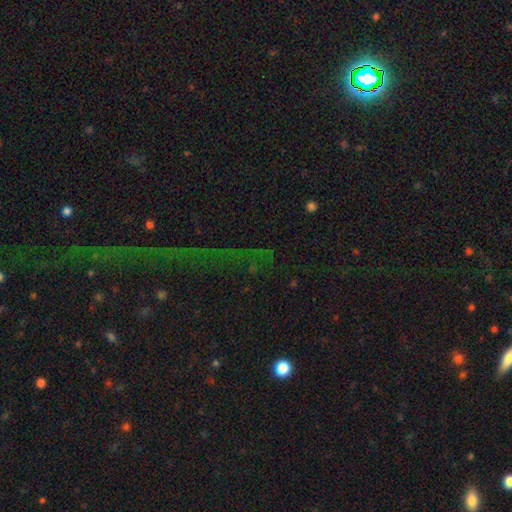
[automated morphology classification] A star or artifact, not a galaxy (79%).

Vote fractions:
- Smooth or featured? star or artifact: 79% / smooth: 11% / featured or disk: 10%